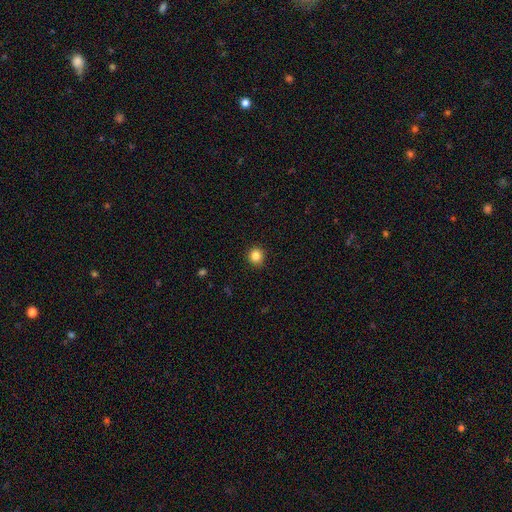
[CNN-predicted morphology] smooth-or-featured: smooth: 85% | star or artifact: 11% | featured or disk: 4%
  how-rounded: round: 91% | in between: 8% | cigar-shaped: 1%
  merging: none: 91% | minor disturbance: 7% | major disturbance: 2% | merger: 1%